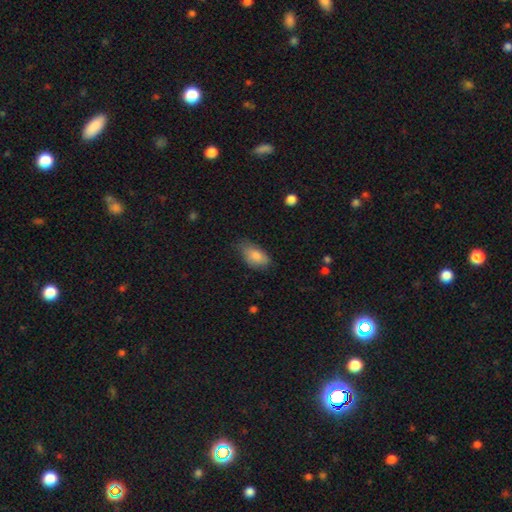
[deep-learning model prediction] Morphology: type=smooth (82%); roundness=in between (91%); merging=none (59%).